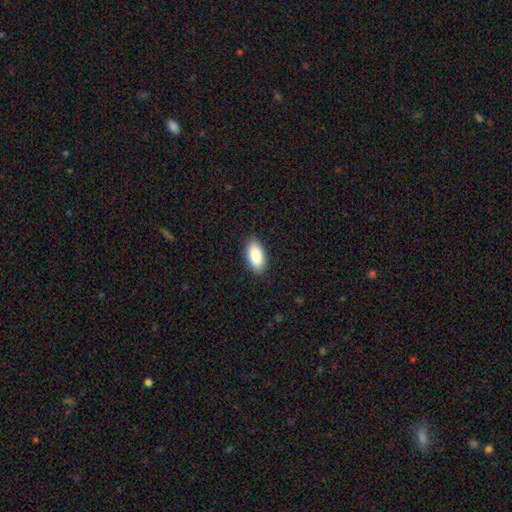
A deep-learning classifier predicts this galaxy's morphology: This is clearly a smooth galaxy (88%). How rounded: clearly in between (93%). Merging: clearly none (88%).